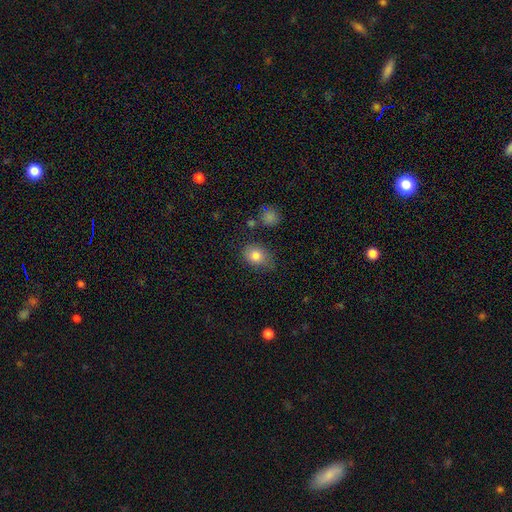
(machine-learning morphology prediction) The model was most divided on "how rounded": in between: 58%, round: 41%, cigar-shaped: 1%. More confident: smooth or featured — smooth (82%); merging — none (62%).